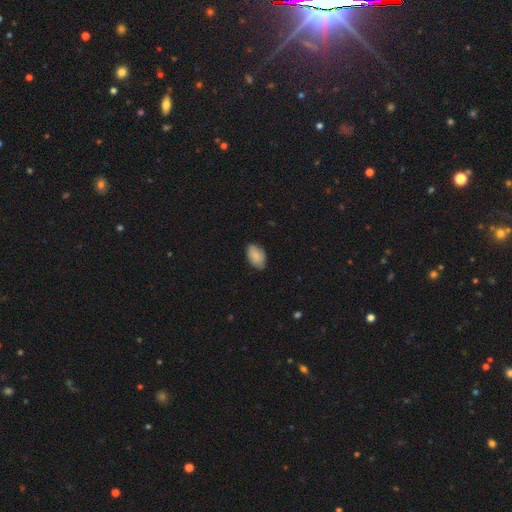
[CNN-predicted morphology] smooth_or_featured: smooth (p=0.86) [alt: featured or disk p=0.07]
how_rounded: in between (p=0.93) [alt: round p=0.06]
merging: none (p=0.80) [alt: minor disturbance p=0.17]